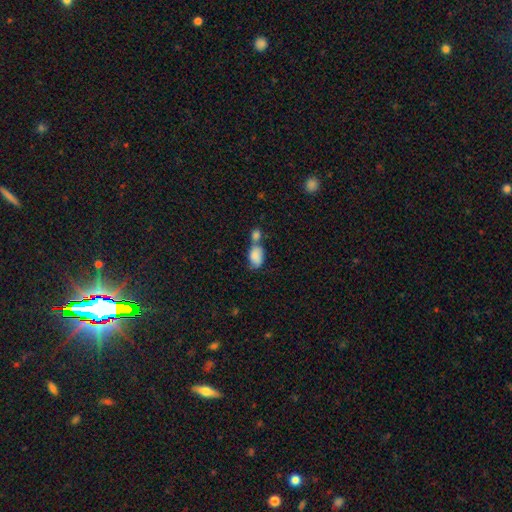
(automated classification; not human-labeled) This appears to be a smooth galaxy with no disk features (82%) that is in between round and cigar-shaped (87%). Merging: merger (59%).